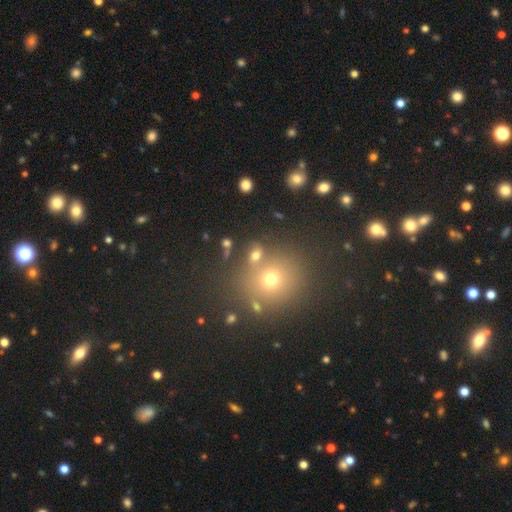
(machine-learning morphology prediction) type=smooth (65%); roundness=round (54%); merging=none (63%).